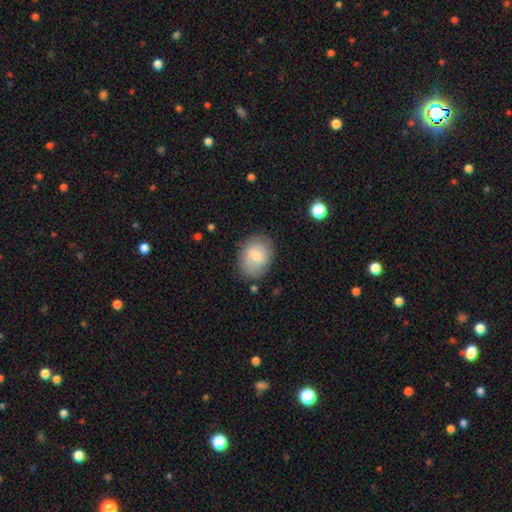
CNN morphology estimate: Smooth or featured? smooth (70%)
How rounded? in between (59%)
Merging? none (77%)